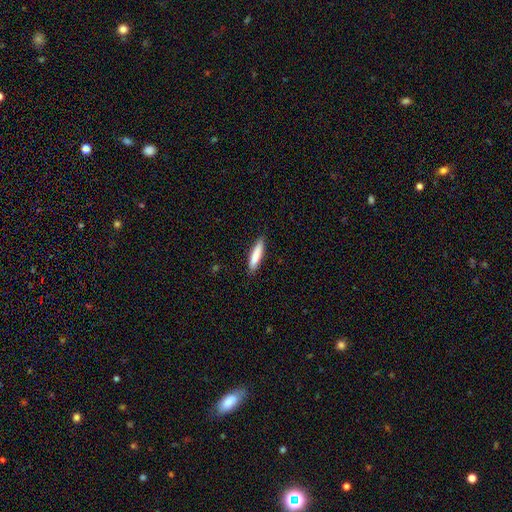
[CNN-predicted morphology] smooth_or_featured: smooth (p=0.83) [alt: featured or disk p=0.11]
how_rounded: cigar-shaped (p=0.81) [alt: in between p=0.18]
merging: none (p=0.86) [alt: minor disturbance p=0.11]